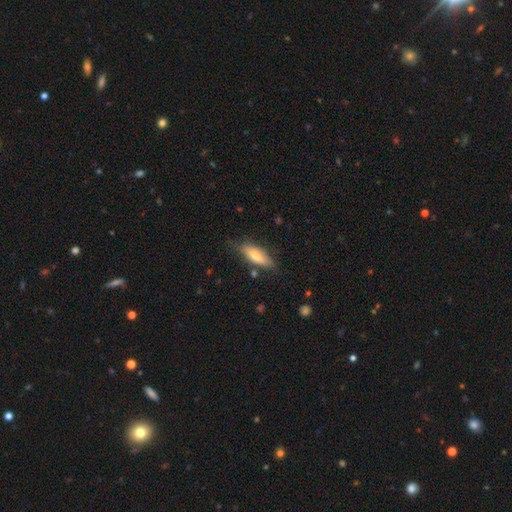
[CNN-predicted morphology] Smooth or featured? smooth (69%)
How rounded? in between (59%)
Merging? none (73%)